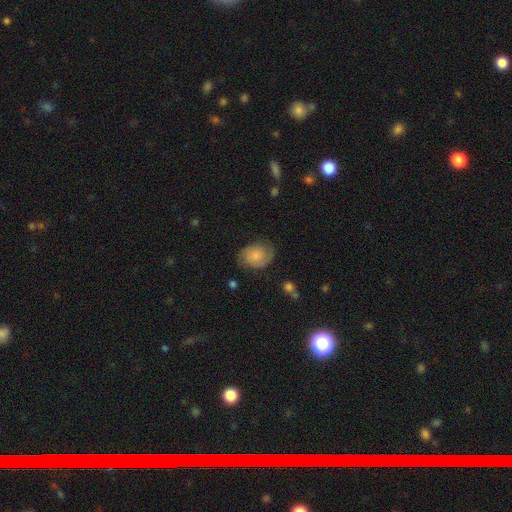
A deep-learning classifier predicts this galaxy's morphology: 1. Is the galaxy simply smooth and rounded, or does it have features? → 57% smooth, 34% featured or disk, 8% star or artifact.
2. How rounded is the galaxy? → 56% in between, 43% round, 1% cigar-shaped.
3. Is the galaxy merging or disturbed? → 69% none, 22% minor disturbance, 8% major disturbance, 1% merger.